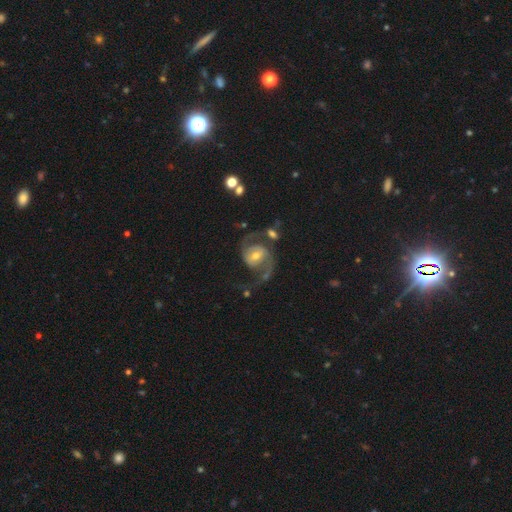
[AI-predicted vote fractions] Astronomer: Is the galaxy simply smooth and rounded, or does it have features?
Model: featured or disk — 90%.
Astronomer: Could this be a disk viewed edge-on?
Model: no — 98%.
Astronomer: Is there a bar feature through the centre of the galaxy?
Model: weak — 44% (runner-up: no, 36%).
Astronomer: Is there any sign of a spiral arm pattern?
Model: yes — 98%.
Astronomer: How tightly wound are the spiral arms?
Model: medium — 53% (runner-up: loose, 33%).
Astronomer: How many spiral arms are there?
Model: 2 — 93%.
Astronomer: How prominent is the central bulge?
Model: moderate — 55% (runner-up: small, 37%).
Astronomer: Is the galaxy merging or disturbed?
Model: none — 69%.